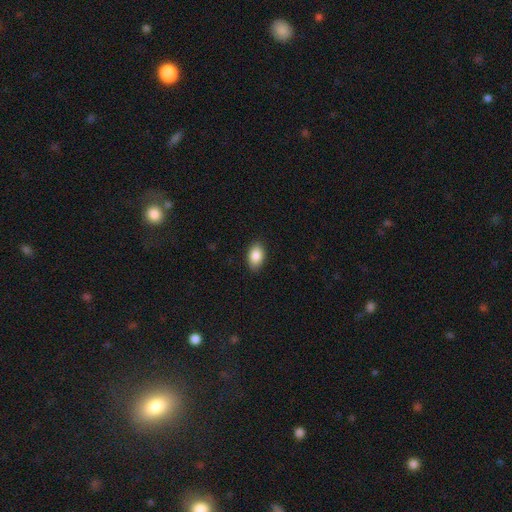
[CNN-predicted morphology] This is clearly a smooth galaxy (87%). How rounded: clearly in between (90%). Merging: clearly none (88%).